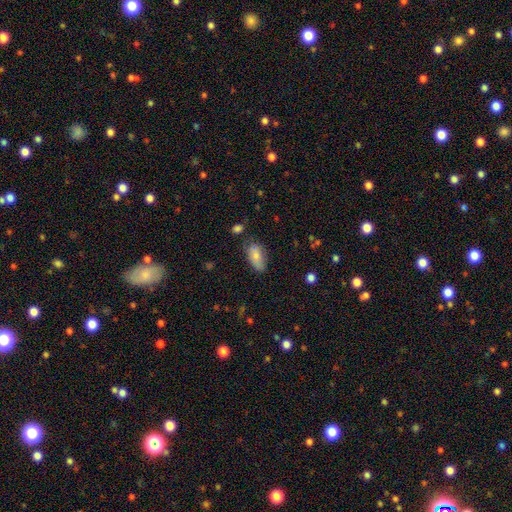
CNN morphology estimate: This is likely a smooth galaxy (79%). How rounded: clearly in between (90%). Merging: likely none (61%).